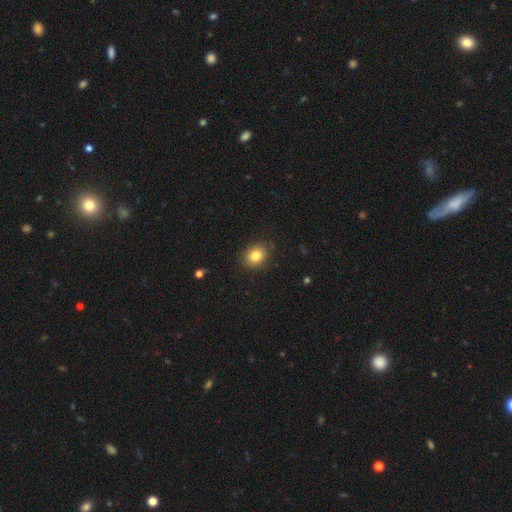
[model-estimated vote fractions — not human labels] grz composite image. It shows a smooth galaxy with no disk features (83%) that is round (57%). Merging: none (87%).